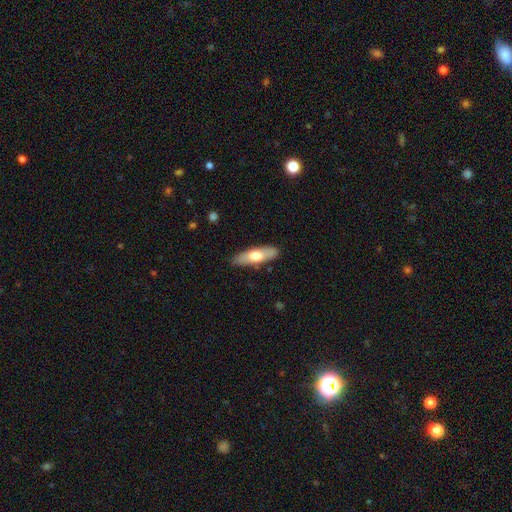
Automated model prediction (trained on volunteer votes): The model was most divided on "how rounded": cigar-shaped: 54%, in between: 44%, round: 2%. More confident: merging — none (86%); smooth or featured — smooth (58%).